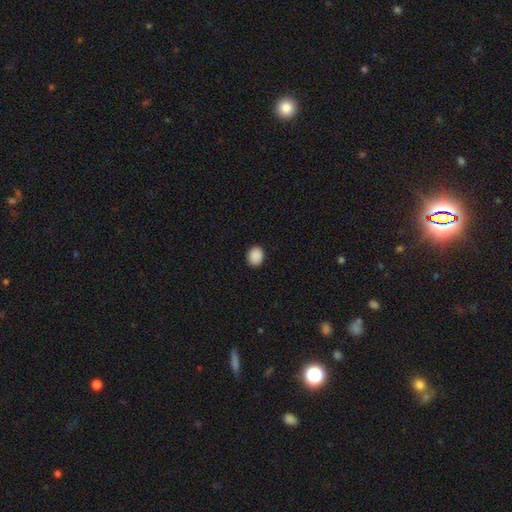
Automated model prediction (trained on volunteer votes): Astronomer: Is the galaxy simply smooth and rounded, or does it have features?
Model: smooth — 89%.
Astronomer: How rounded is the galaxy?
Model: round — 64%.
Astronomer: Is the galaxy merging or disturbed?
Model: none — 91%.